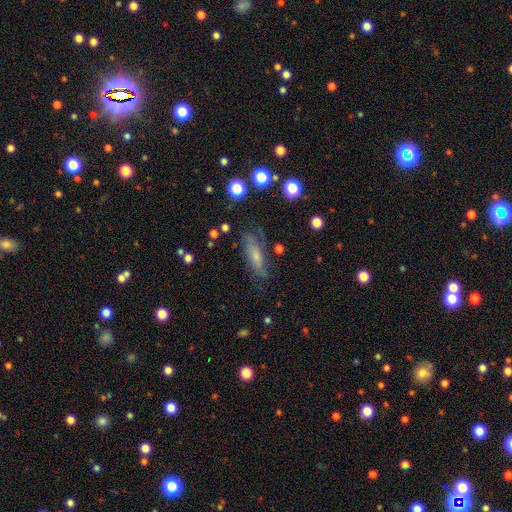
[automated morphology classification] featured or disk 47%, smooth 42%, star or artifact 11%. Down the decision tree: merging — none (64%).